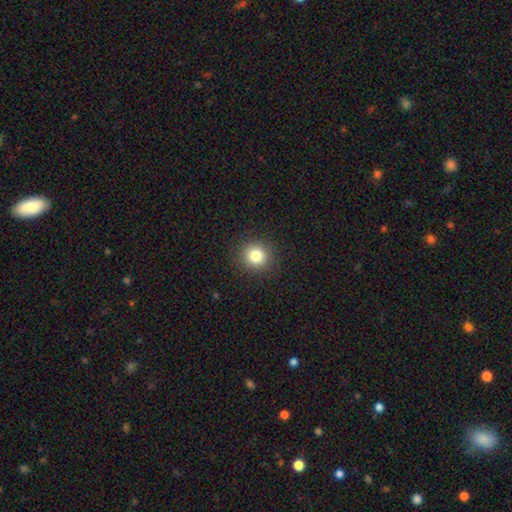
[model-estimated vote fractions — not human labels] Smooth or featured? Predicted: smooth (p=0.82). How rounded? Predicted: round (p=0.91). Merging? Predicted: none (p=0.91).